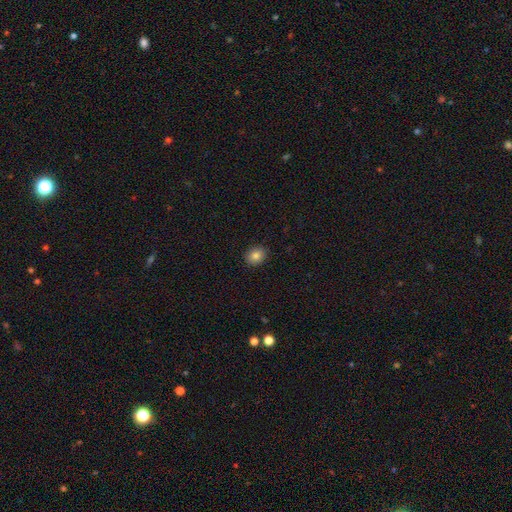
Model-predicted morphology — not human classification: type=smooth (83%); roundness=round (63%); merging=none (90%).